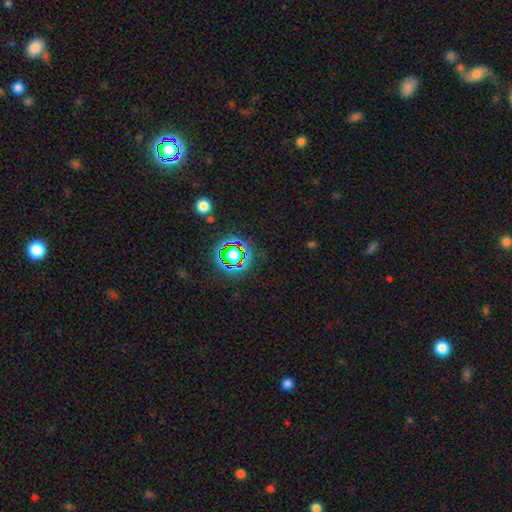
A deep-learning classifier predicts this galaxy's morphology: Q: Smooth or featured?
A: star or artifact (76%); runner-up: smooth (14%)